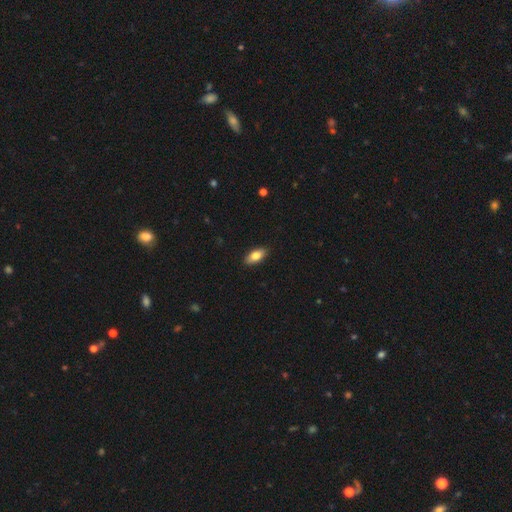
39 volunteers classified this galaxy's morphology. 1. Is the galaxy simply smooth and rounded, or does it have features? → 67% smooth, 31% featured or disk, 3% star or artifact.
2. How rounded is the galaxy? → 92% in between, 4% round, 4% cigar-shaped.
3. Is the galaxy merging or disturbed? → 92% none, 8% minor disturbance, 0% major disturbance, 0% merger.